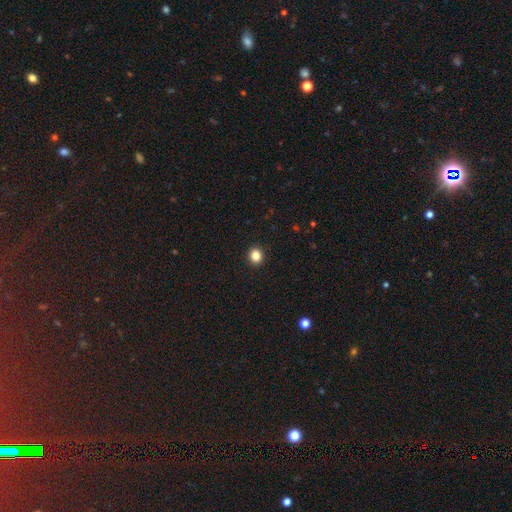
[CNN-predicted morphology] Overall: smooth (85%). How rounded: round (76%). Merging: none (93%).